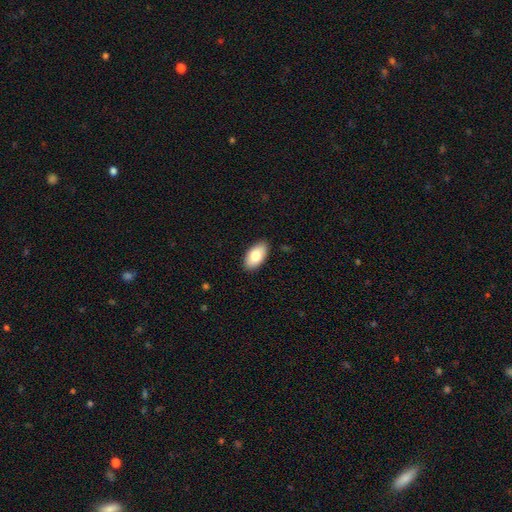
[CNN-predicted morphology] Smooth or featured?
  - smooth: 81% *
  - featured or disk: 13%
  - star or artifact: 6%
How rounded?
  - in between: 95% *
  - round: 3%
  - cigar-shaped: 2%
Merging?
  - none: 89% *
  - minor disturbance: 8%
  - major disturbance: 2%
  - merger: 1%